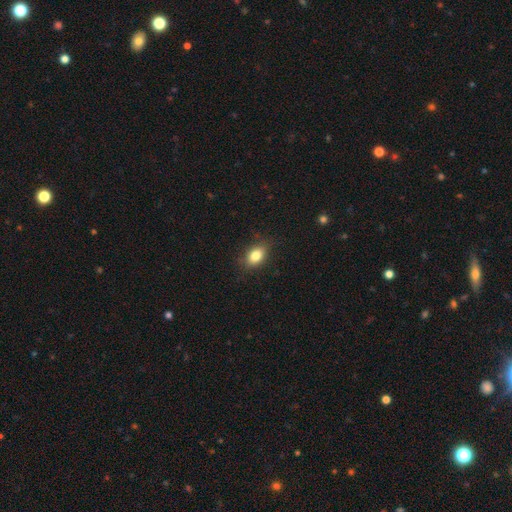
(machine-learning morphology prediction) type=smooth (82%); roundness=in between (79%); merging=none (83%).